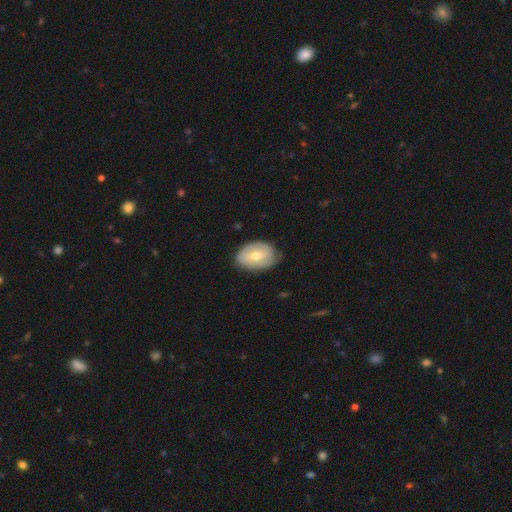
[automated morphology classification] smooth_or_featured: smooth (p=0.59) [alt: featured or disk p=0.34]
how_rounded: in between (p=0.83) [alt: round p=0.16]
merging: none (p=0.70) [alt: minor disturbance p=0.25]